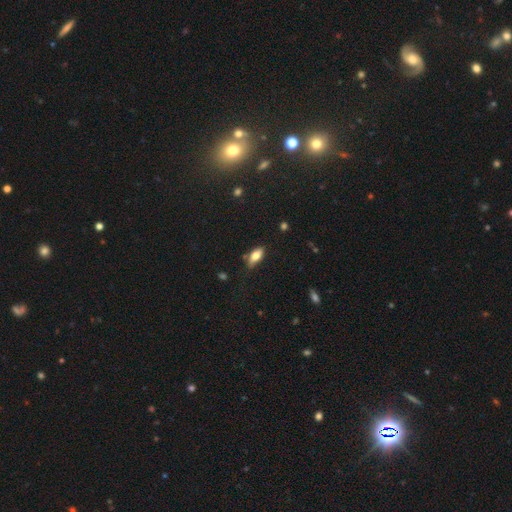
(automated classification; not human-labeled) Smooth or featured?
  - smooth: 74% *
  - featured or disk: 18%
  - star or artifact: 8%
How rounded?
  - in between: 85% *
  - cigar-shaped: 12%
  - round: 3%
Merging?
  - none: 70% *
  - minor disturbance: 23%
  - major disturbance: 5%
  - merger: 3%